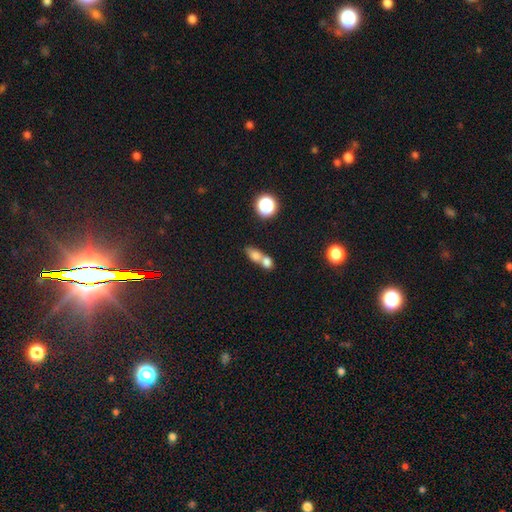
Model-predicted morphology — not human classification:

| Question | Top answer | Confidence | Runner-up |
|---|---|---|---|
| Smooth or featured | smooth | 74% | featured or disk (14%) |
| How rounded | in between | 59% | round (34%) |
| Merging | merger | 66% | none (24%) |